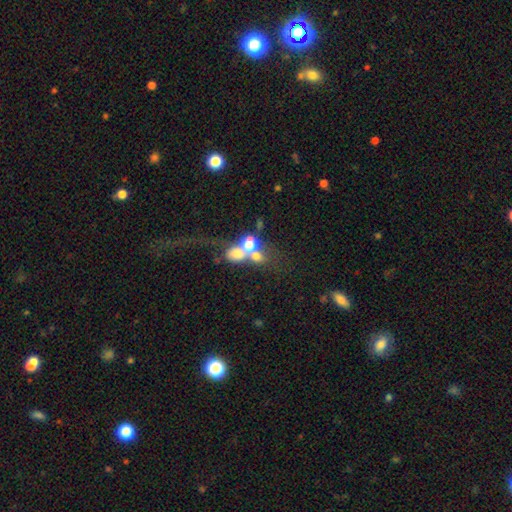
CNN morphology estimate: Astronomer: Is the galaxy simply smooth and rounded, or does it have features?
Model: smooth — 57%.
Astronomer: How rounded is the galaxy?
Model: round — 60% (runner-up: in between, 37%).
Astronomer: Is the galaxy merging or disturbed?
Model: merger — 62%.